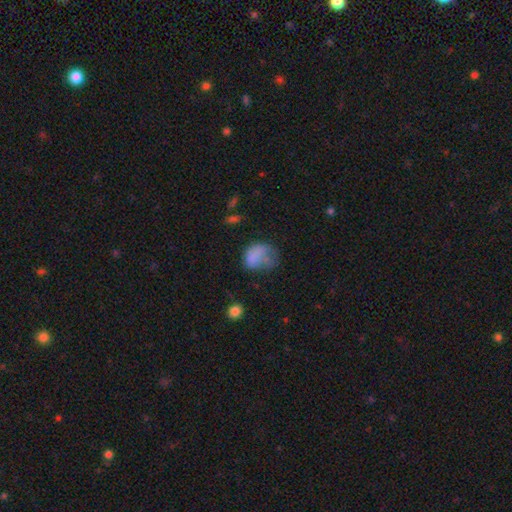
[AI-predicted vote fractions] This appears to be a smooth galaxy with no disk features (71%) that is in between round and cigar-shaped (64%). Merging: major disturbance (40%).